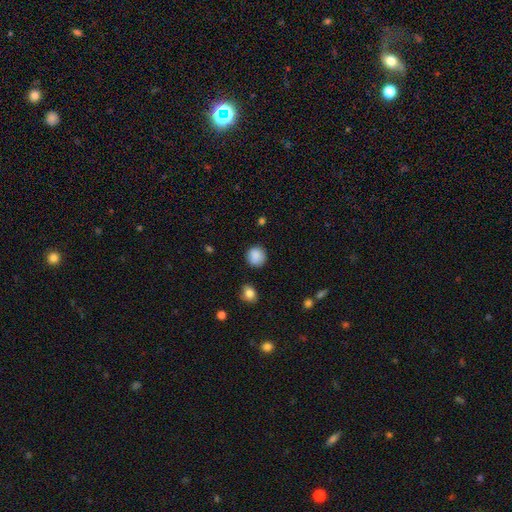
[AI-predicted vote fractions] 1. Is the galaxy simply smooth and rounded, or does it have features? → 88% smooth, 8% star or artifact, 4% featured or disk.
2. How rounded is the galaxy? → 91% round, 8% in between, 1% cigar-shaped.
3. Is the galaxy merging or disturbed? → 85% none, 10% minor disturbance, 3% major disturbance, 2% merger.